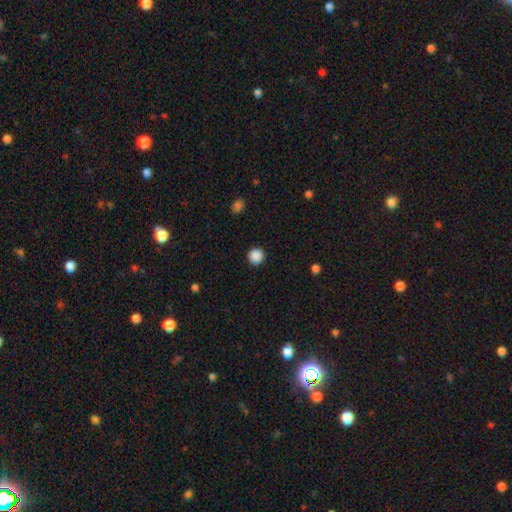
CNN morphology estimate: A smooth galaxy with no disk features (88%) that is round (95%). Merging: none (92%).